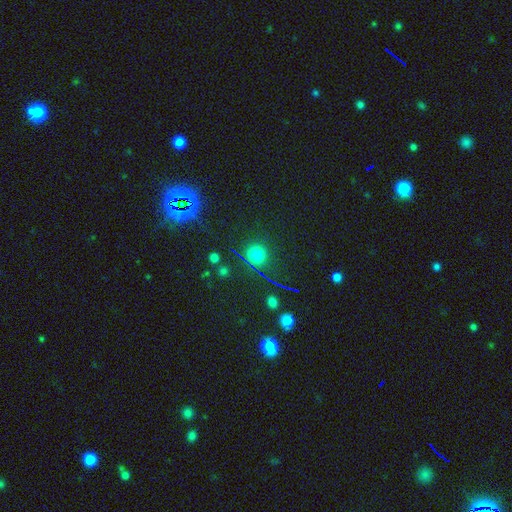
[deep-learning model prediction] Smooth or featured?
  - smooth: 63% *
  - star or artifact: 30%
  - featured or disk: 6%
How rounded?
  - round: 90% *
  - in between: 9%
  - cigar-shaped: 1%
Merging?
  - none: 84% *
  - minor disturbance: 9%
  - major disturbance: 4%
  - merger: 3%